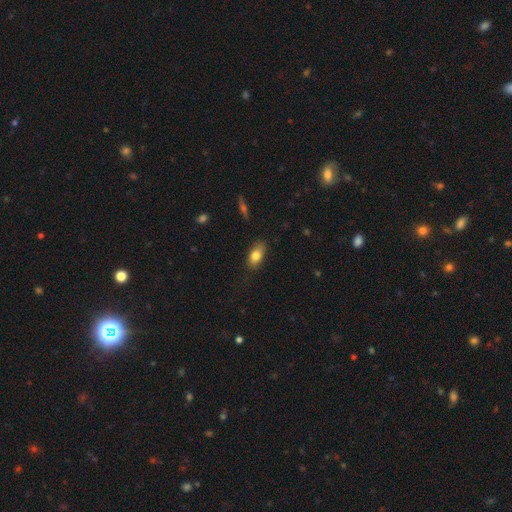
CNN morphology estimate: The model was most divided on "merging": none: 81%, minor disturbance: 15%, major disturbance: 3%, merger: 1%. More confident: how rounded — in between (88%); smooth or featured — smooth (81%).